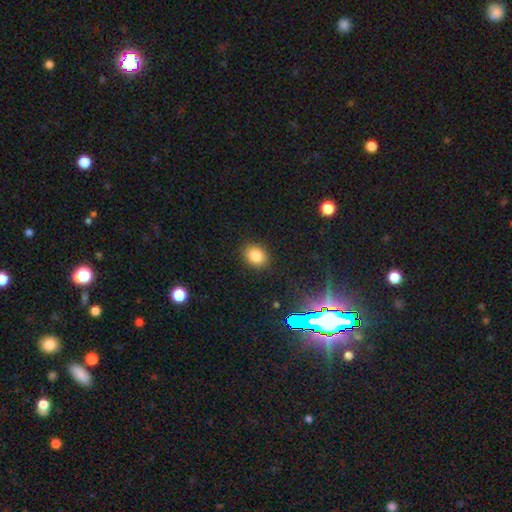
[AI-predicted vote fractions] Smooth or featured? Predicted: smooth (p=0.83). How rounded? Predicted: round (p=0.50). Merging? Predicted: none (p=0.88).